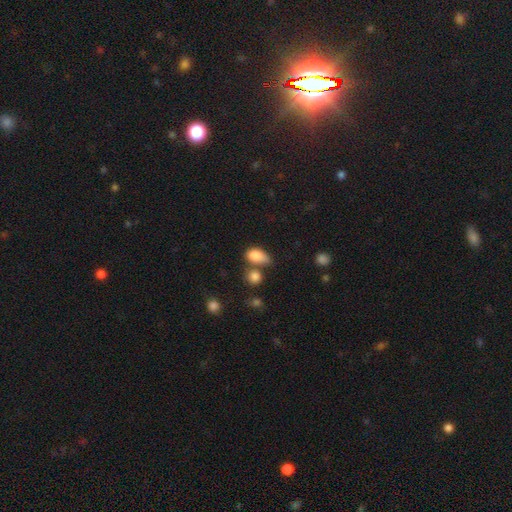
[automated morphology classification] Smooth or featured? Predicted: smooth (p=0.84). How rounded? Predicted: in between (p=0.87). Merging? Predicted: none (p=0.40).